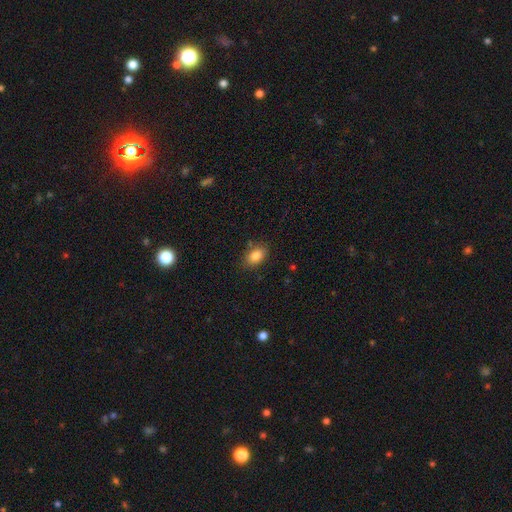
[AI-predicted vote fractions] Smooth or featured?
  - smooth: 85% *
  - star or artifact: 8%
  - featured or disk: 7%
How rounded?
  - in between: 86% *
  - round: 12%
  - cigar-shaped: 2%
Merging?
  - none: 82% *
  - minor disturbance: 13%
  - major disturbance: 3%
  - merger: 2%